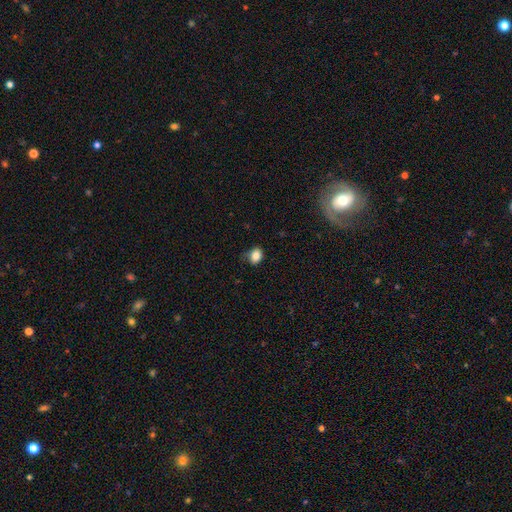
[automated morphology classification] smooth-or-featured: smooth: 84% | star or artifact: 10% | featured or disk: 6%
  how-rounded: in between: 58% | round: 41% | cigar-shaped: 1%
  merging: none: 66% | minor disturbance: 26% | major disturbance: 6% | merger: 1%